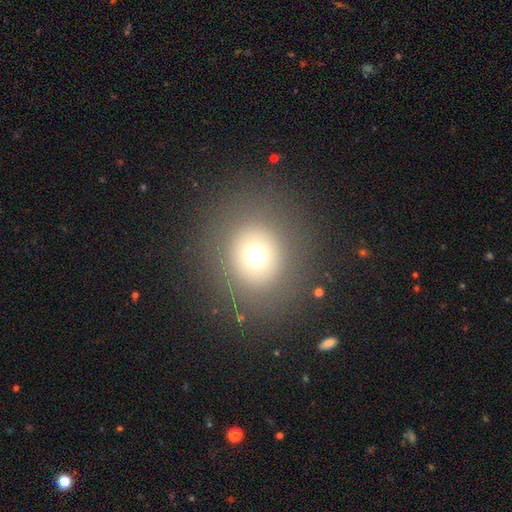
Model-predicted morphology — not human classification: The model was most divided on "smooth or featured": smooth: 69%, star or artifact: 18%, featured or disk: 13%. More confident: merging — none (86%); how rounded — round (84%).